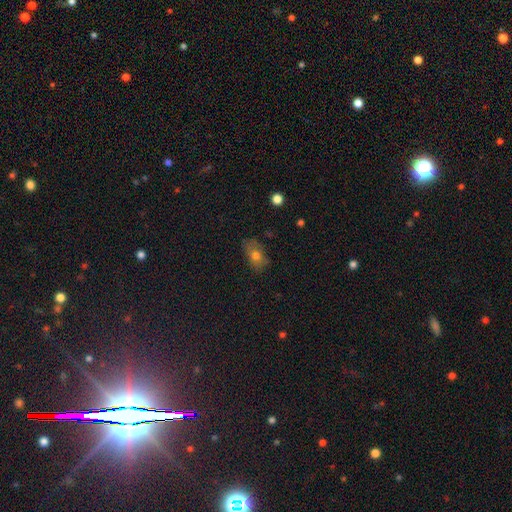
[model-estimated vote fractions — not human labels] smooth_or_featured: smooth (p=0.72) [alt: featured or disk p=0.17]
how_rounded: in between (p=0.83) [alt: round p=0.15]
merging: none (p=0.67) [alt: minor disturbance p=0.24]